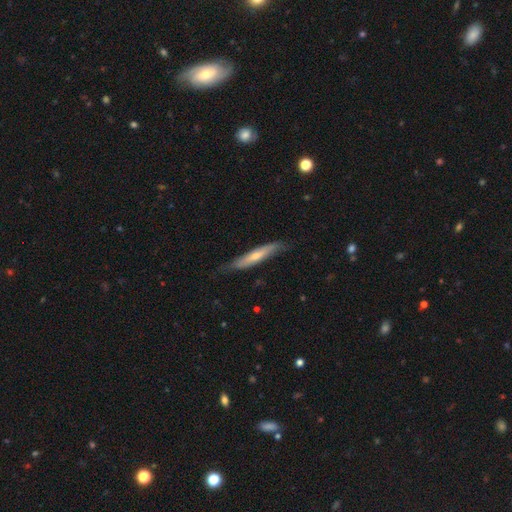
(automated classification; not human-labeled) This is possibly a featured or disk galaxy (50%). It is clearly viewed edge-on (81%). Merging: likely none (74%).